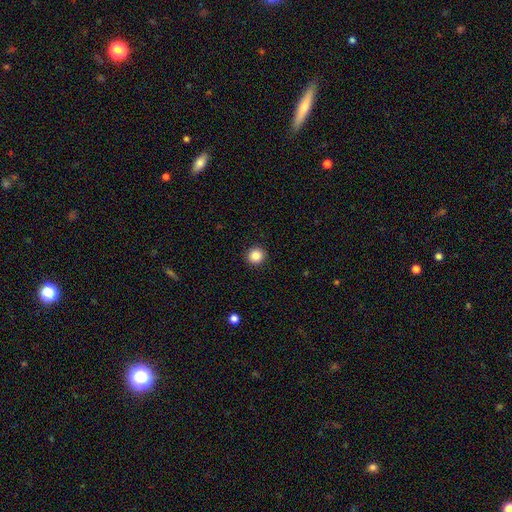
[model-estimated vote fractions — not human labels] smooth-or-featured: smooth: 86% | star or artifact: 10% | featured or disk: 4%
  how-rounded: round: 94% | in between: 5% | cigar-shaped: 1%
  merging: none: 93% | minor disturbance: 4% | major disturbance: 2% | merger: 1%